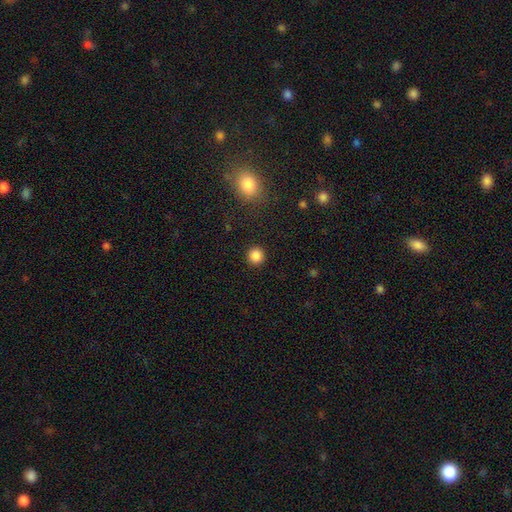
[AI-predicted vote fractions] smooth 86%, star or artifact 10%, featured or disk 3%. Down the decision tree: how rounded — round (94%); merging — none (92%).